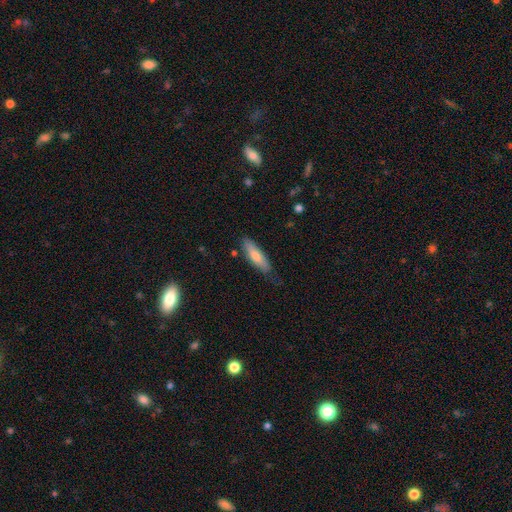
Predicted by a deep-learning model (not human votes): The model was most divided on "how rounded": cigar-shaped: 54%, in between: 44%, round: 2%. More confident: smooth or featured — smooth (73%); merging — none (71%).